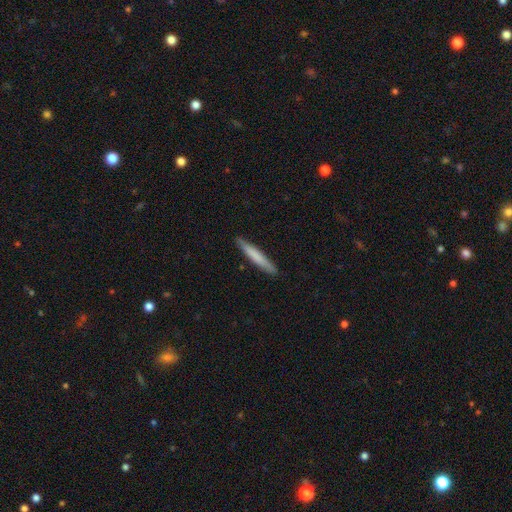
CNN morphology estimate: A smooth galaxy with no disk features (71%) that is cigar-shaped (95%).

Vote fractions:
- Smooth or featured? smooth: 71% / featured or disk: 24% / star or artifact: 5%
- How rounded? cigar-shaped: 95% / in between: 4% / round: 1%
- Merging? none: 90% / minor disturbance: 7% / major disturbance: 1% / merger: 1%